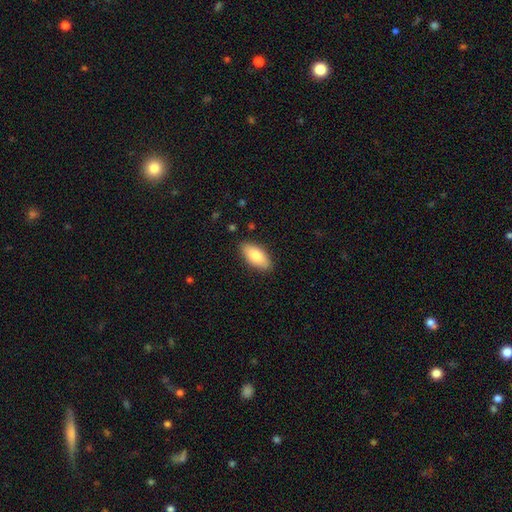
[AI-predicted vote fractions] Smooth or featured? Predicted: smooth (p=0.83). How rounded? Predicted: in between (p=0.88). Merging? Predicted: none (p=0.87).